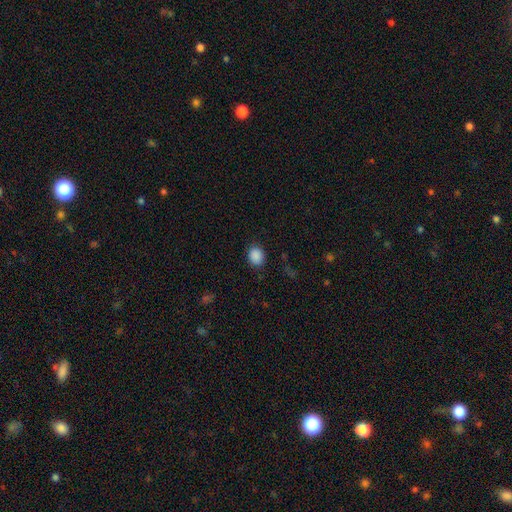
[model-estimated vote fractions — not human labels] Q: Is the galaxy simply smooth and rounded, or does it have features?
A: smooth — 88%.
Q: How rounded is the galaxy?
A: round — 59%.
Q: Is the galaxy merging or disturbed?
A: none — 86%.